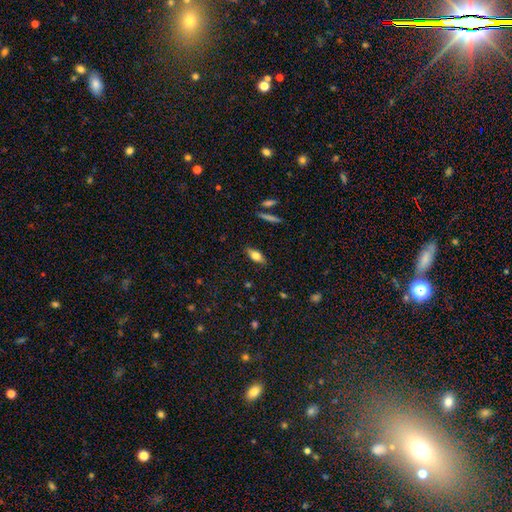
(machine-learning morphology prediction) Smooth or featured?
  - smooth: 58% *
  - featured or disk: 34%
  - star or artifact: 8%
How rounded?
  - in between: 70% *
  - cigar-shaped: 26%
  - round: 4%
Merging?
  - none: 85% *
  - minor disturbance: 11%
  - major disturbance: 3%
  - merger: 1%